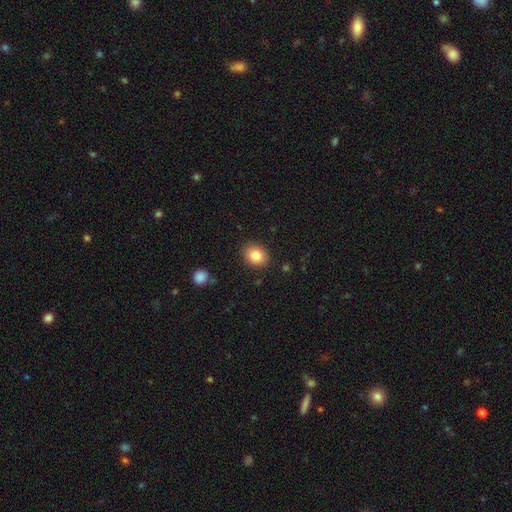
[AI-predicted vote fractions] smooth-or-featured: smooth: 83% | star or artifact: 9% | featured or disk: 7%
  how-rounded: round: 53% | in between: 47% | cigar-shaped: 1%
  merging: none: 88% | minor disturbance: 9% | major disturbance: 2% | merger: 1%